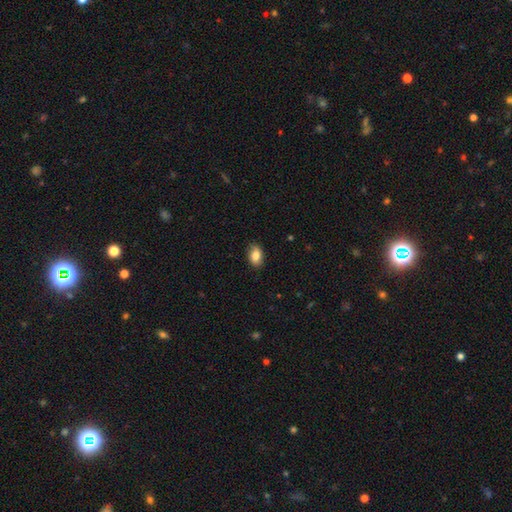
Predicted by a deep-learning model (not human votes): The model was most divided on "merging": none: 85%, minor disturbance: 12%, major disturbance: 2%, merger: 1%. More confident: how rounded — in between (87%); smooth or featured — smooth (83%).